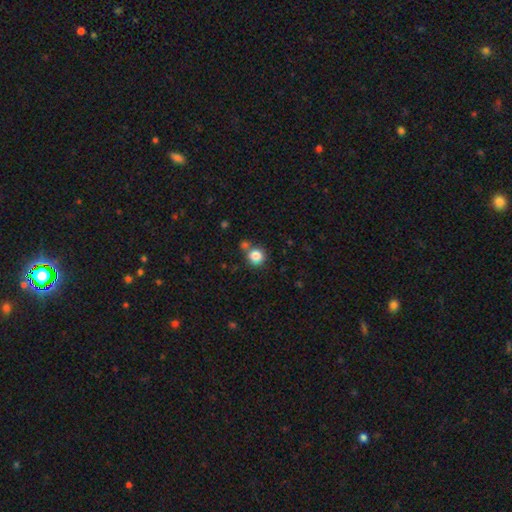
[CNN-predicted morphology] This appears to be a smooth galaxy with no disk features (84%) that is round (92%). Merging: none (69%).